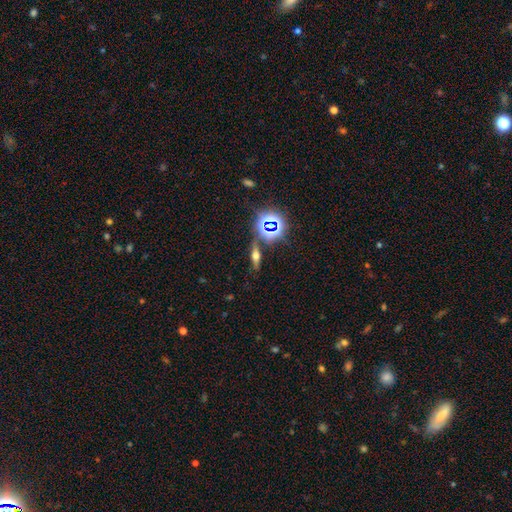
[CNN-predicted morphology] smooth-or-featured: featured or disk: 42% | smooth: 31% | star or artifact: 27%
  merging: none: 80% | minor disturbance: 11% | merger: 5% | major disturbance: 4%